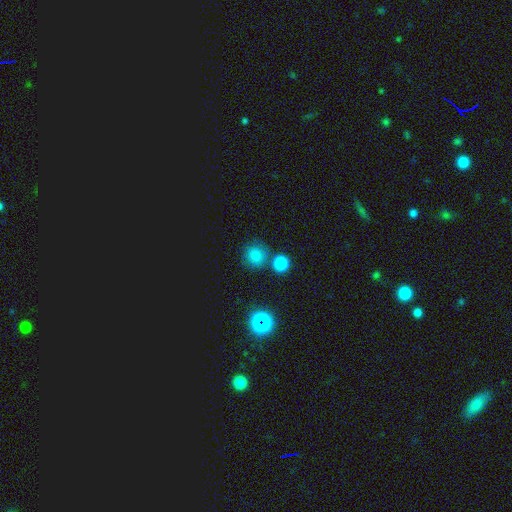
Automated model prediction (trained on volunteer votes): This is likely a smooth galaxy (78%). How rounded: clearly round (88%). Merging: likely none (73%).